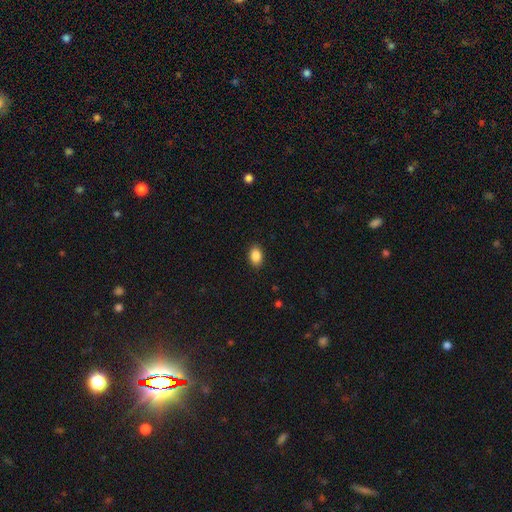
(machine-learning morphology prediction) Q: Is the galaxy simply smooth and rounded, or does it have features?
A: smooth — 88%.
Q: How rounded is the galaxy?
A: in between — 83%.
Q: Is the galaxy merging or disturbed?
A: none — 89%.